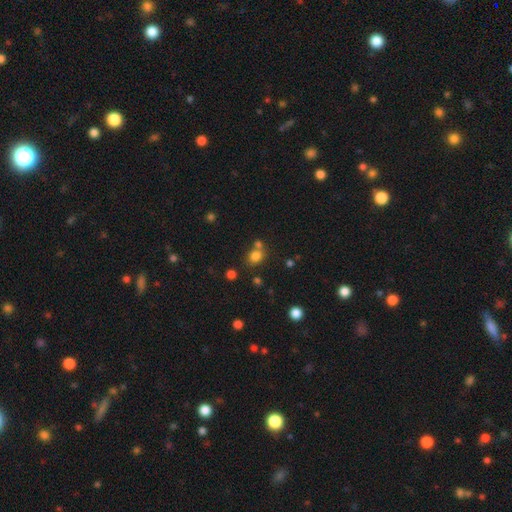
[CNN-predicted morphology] type=smooth (78%); roundness=round (65%); merging=none (60%).